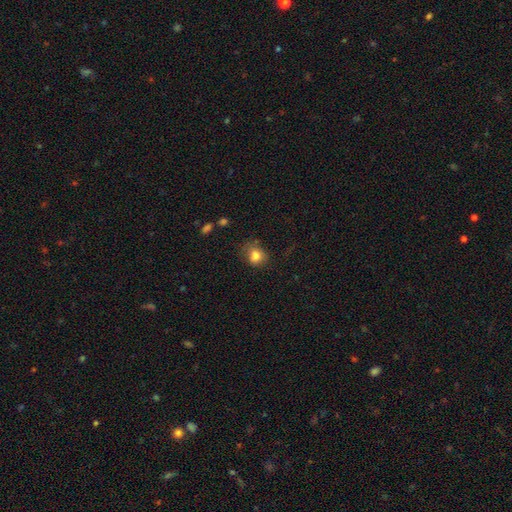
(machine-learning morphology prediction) Overall: smooth (82%). How rounded: round (60%; in between 39%). Merging: none (62%; minor disturbance 25%).